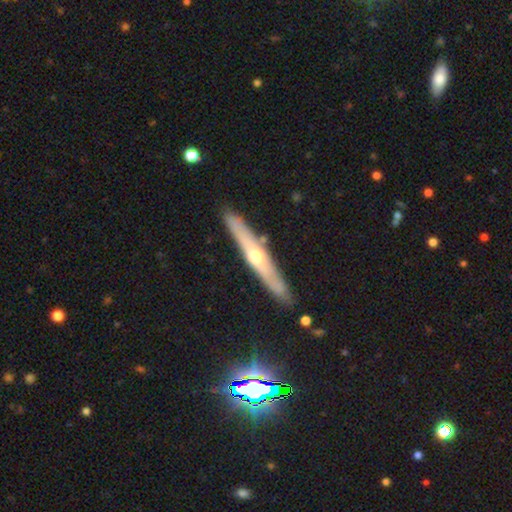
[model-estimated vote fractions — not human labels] featured or disk 63%, smooth 32%, star or artifact 5%. Down the decision tree: edge-on disk — yes (90%); edge-on bulge — rounded (83%); merging — none (87%).